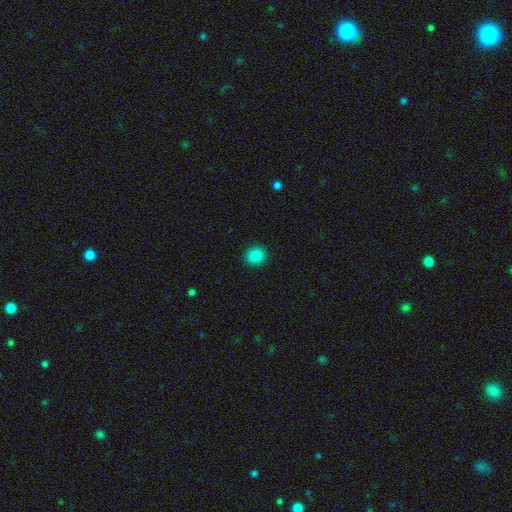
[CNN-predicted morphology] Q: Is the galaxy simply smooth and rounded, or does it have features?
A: smooth — 84%.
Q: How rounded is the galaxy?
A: round — 85%.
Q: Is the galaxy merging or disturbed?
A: none — 92%.